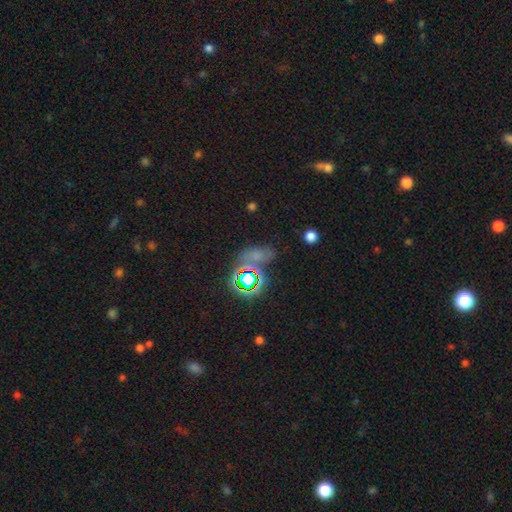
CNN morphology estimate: This is possibly a star or artifact rather than a galaxy (50%).